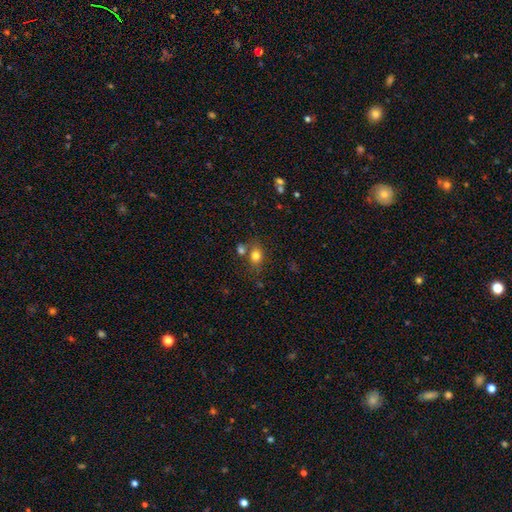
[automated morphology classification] smooth-or-featured: smooth: 79% | star or artifact: 12% | featured or disk: 9%
  how-rounded: in between: 56% | round: 43% | cigar-shaped: 1%
  merging: none: 61% | merger: 21% | minor disturbance: 14% | major disturbance: 5%